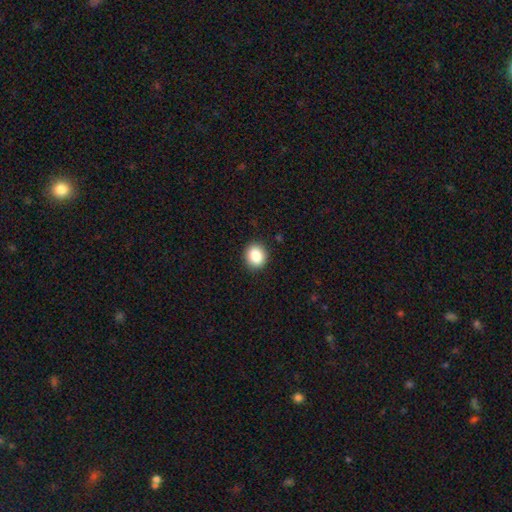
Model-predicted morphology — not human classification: Smooth or featured? smooth (88%)
How rounded? round (74%)
Merging? none (90%)